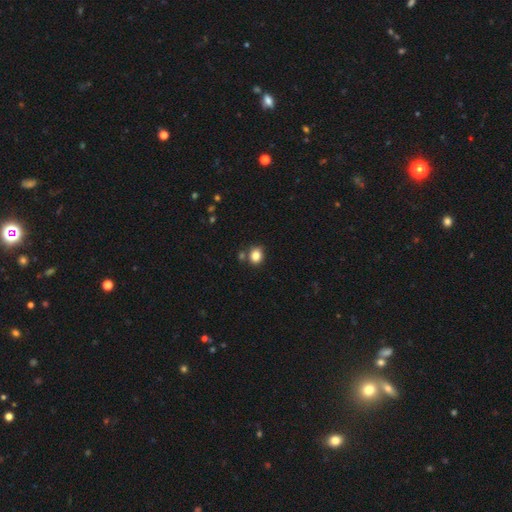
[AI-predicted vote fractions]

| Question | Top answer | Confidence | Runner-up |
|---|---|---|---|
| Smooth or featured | smooth | 84% | star or artifact (11%) |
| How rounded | round | 64% | in between (35%) |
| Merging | none | 74% | minor disturbance (13%) |